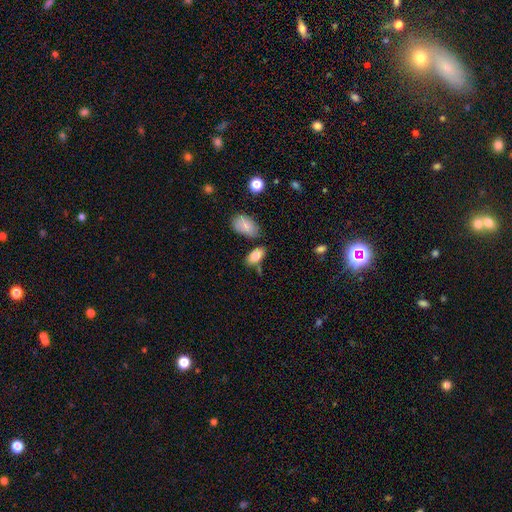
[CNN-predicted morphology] A smooth galaxy with no disk features (84%) that is in between round and cigar-shaped (92%). Merging: none (67%).